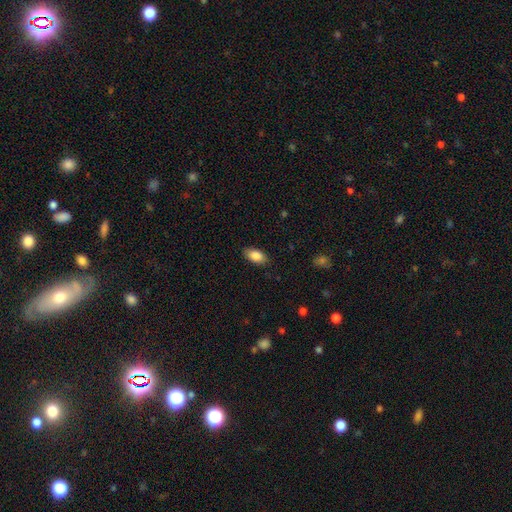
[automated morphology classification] Smooth or featured? smooth (86%)
How rounded? in between (93%)
Merging? none (85%)